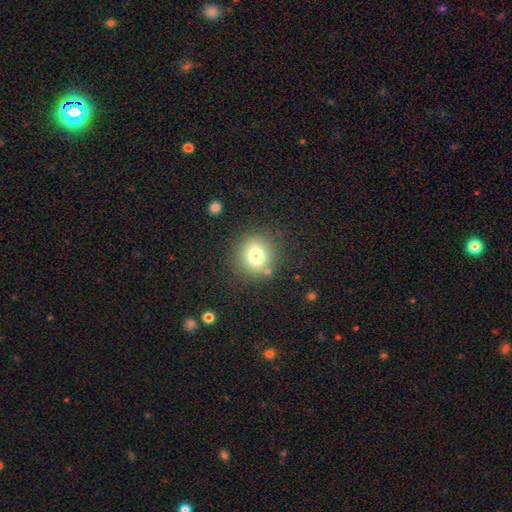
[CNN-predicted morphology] Q: Smooth or featured?
A: smooth (75%); runner-up: star or artifact (13%)
Q: How rounded?
A: round (88%); runner-up: in between (11%)
Q: Merging?
A: none (84%); runner-up: minor disturbance (9%)